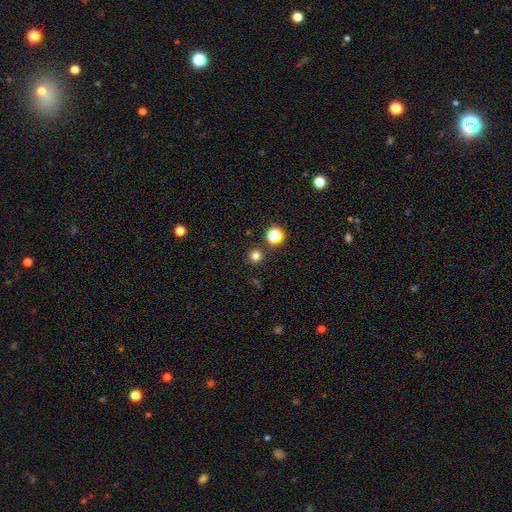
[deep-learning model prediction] A smooth galaxy with no disk features (78%) that is round (95%).

Vote fractions:
- Smooth or featured? smooth: 78% / star or artifact: 17% / featured or disk: 5%
- How rounded? round: 95% / in between: 4% / cigar-shaped: 1%
- Merging? none: 89% / minor disturbance: 5% / merger: 4% / major disturbance: 2%